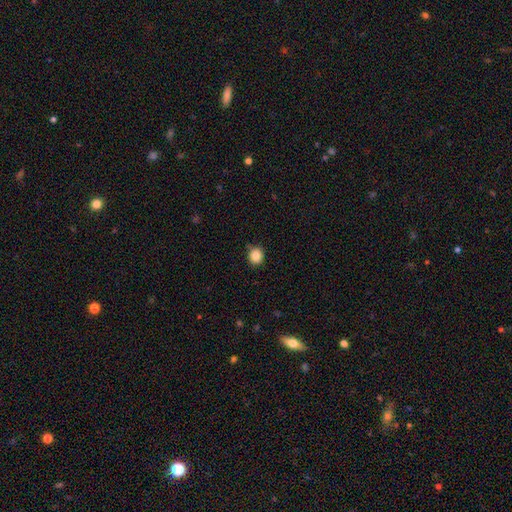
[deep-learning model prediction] A smooth galaxy with no disk features (85%) that is round (78%). Merging: none (82%).